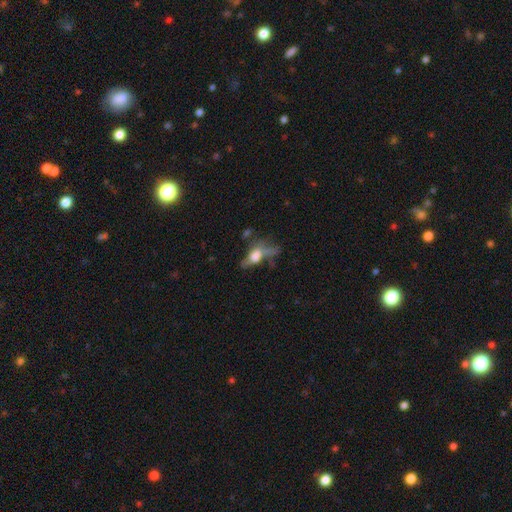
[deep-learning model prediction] A featured or disk galaxy (44%).

Vote fractions:
- Smooth or featured? featured or disk: 44% / smooth: 43% / star or artifact: 13%
- Merging? major disturbance: 37% / none: 31% / minor disturbance: 19% / merger: 13%